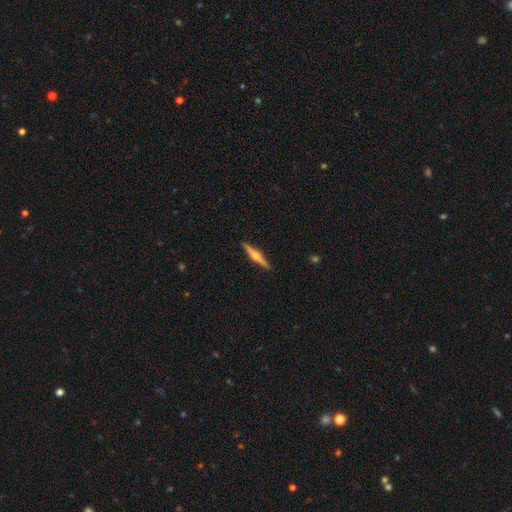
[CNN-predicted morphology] featured or disk 70%, smooth 25%, star or artifact 5%. Down the decision tree: edge-on disk — yes (98%); edge-on bulge — rounded (89%); merging — none (92%).